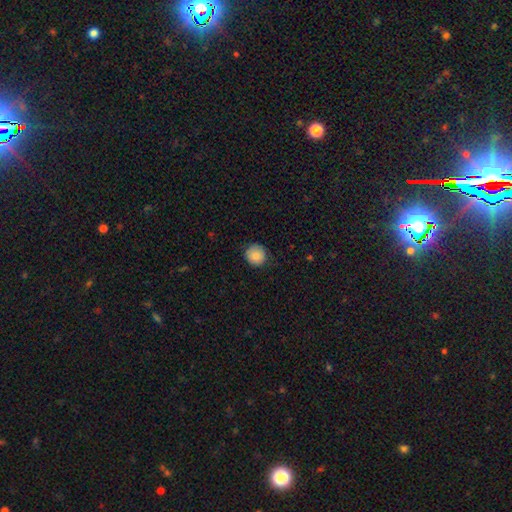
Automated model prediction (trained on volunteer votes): Overall: smooth (85%). How rounded: round (92%). Merging: none (84%).